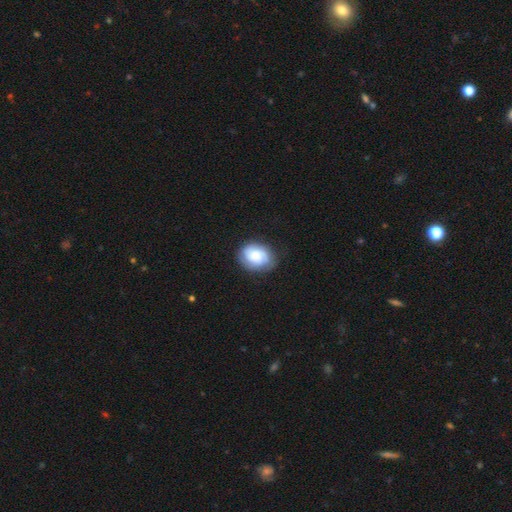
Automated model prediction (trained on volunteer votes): The model was most divided on "smooth or featured": smooth: 49%, featured or disk: 43%, star or artifact: 9%. More confident: merging — none (74%).